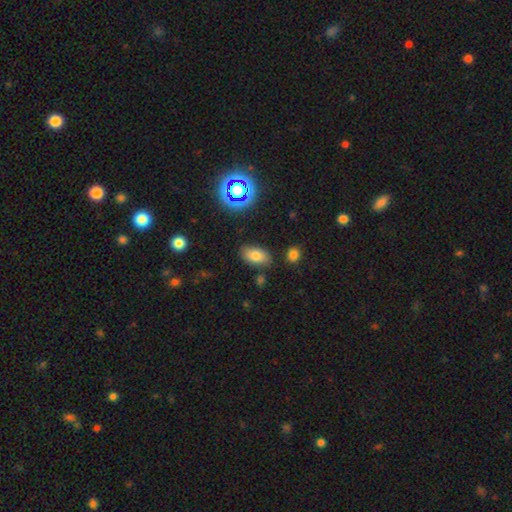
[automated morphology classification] Smooth or featured? smooth (76%)
How rounded? in between (91%)
Merging? none (81%)